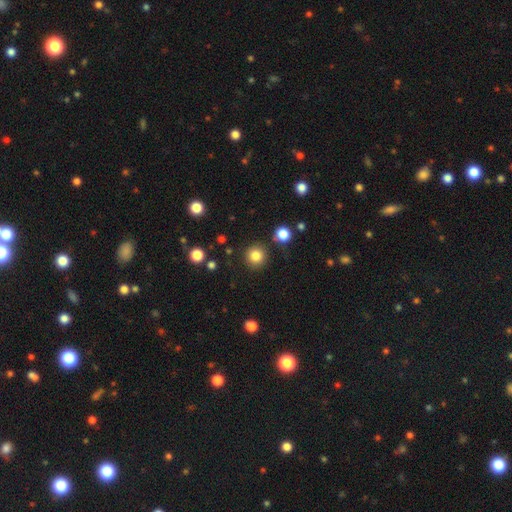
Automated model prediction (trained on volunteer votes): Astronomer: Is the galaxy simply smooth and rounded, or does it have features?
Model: smooth — 84%.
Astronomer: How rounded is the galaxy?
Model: round — 94%.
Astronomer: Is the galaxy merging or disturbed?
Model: none — 88%.